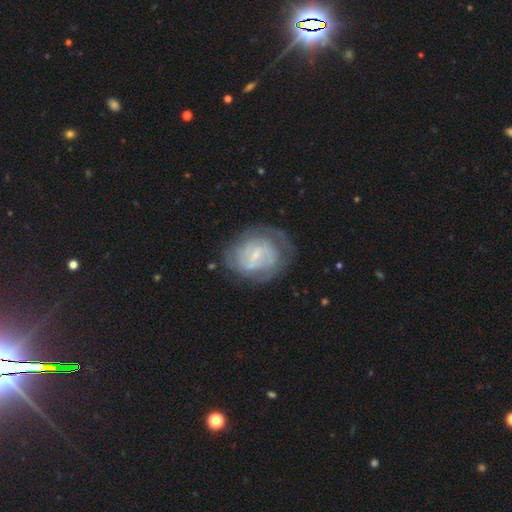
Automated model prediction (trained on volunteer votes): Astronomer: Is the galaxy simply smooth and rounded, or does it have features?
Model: featured or disk — 71%.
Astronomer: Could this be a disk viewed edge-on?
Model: no — 97%.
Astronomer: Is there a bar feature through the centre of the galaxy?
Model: weak — 55%.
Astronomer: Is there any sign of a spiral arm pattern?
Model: yes — 82%.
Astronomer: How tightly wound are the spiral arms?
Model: tight — 58%.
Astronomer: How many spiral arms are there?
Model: can't tell — 44% (runner-up: 2, 34%).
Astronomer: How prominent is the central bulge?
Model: small — 67%.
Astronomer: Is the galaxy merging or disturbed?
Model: none — 64%.